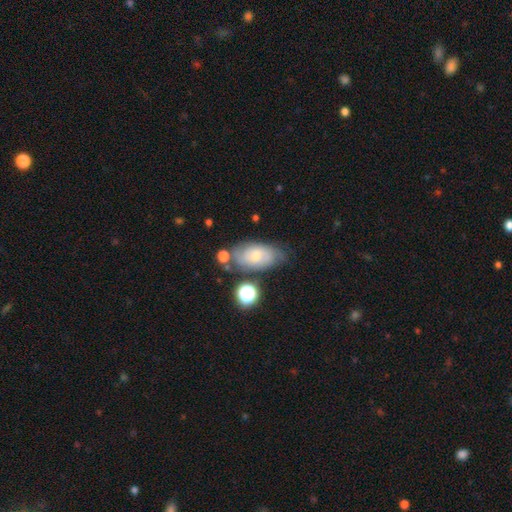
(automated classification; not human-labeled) Smooth or featured?
  - featured or disk: 46% *
  - smooth: 44%
  - star or artifact: 10%
Merging?
  - none: 59% *
  - minor disturbance: 23%
  - major disturbance: 9%
  - merger: 9%